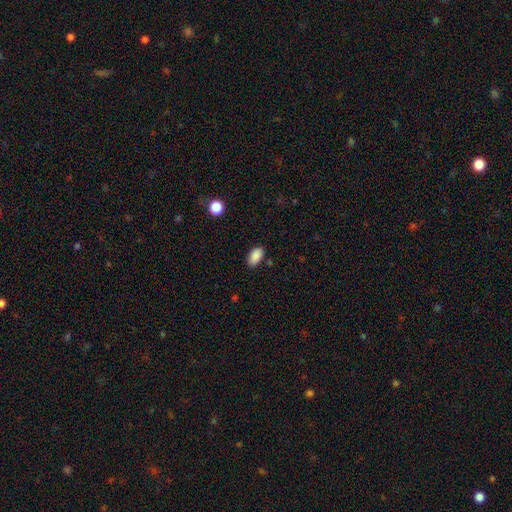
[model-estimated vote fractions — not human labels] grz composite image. It shows a smooth galaxy with no disk features (88%) that is in between round and cigar-shaped (93%). Merging: none (84%).